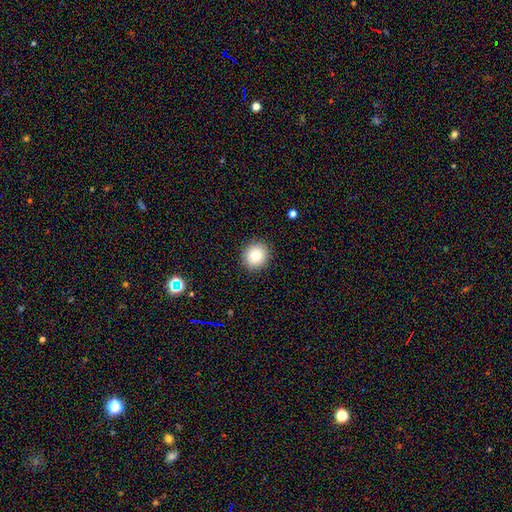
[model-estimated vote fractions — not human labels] Smooth or featured? smooth (82%)
How rounded? round (87%)
Merging? none (91%)